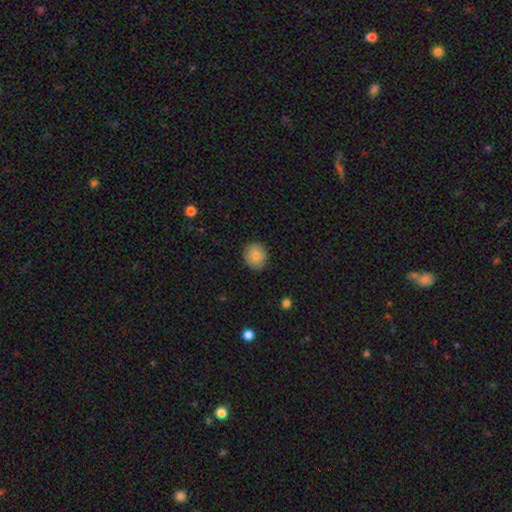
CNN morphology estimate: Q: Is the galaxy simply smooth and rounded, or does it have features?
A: smooth — 83%.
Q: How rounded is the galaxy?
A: round — 80%.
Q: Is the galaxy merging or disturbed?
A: none — 87%.